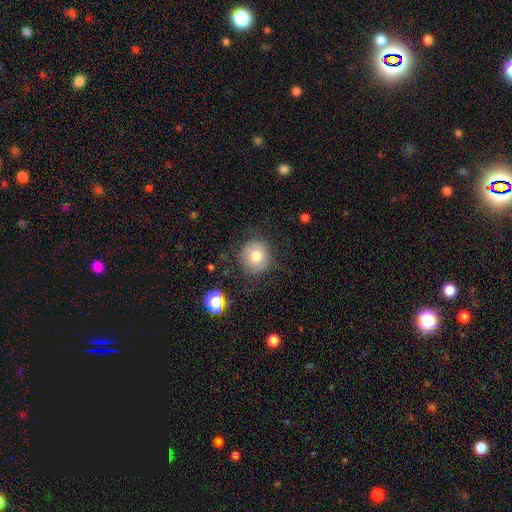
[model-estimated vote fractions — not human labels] This appears to be a smooth galaxy with no disk features (76%) that is round (91%). Merging: none (79%).